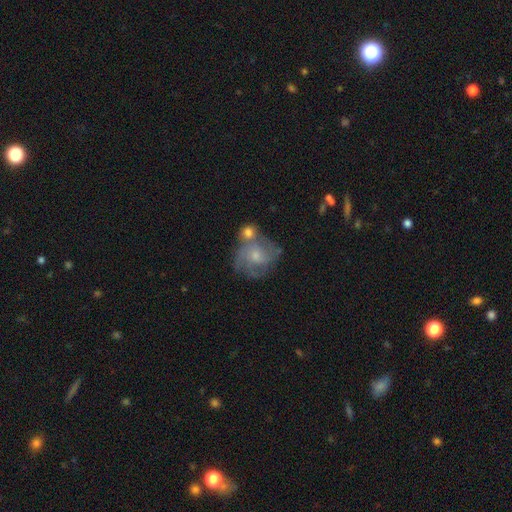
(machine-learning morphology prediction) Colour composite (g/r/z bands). It shows a featured or disk galaxy (68%) with no bar (68%), 3 (31%, tied with can't tell) medium (44%) spiral arms (86%) and a small central bulge (52%). Merging: none (47%).